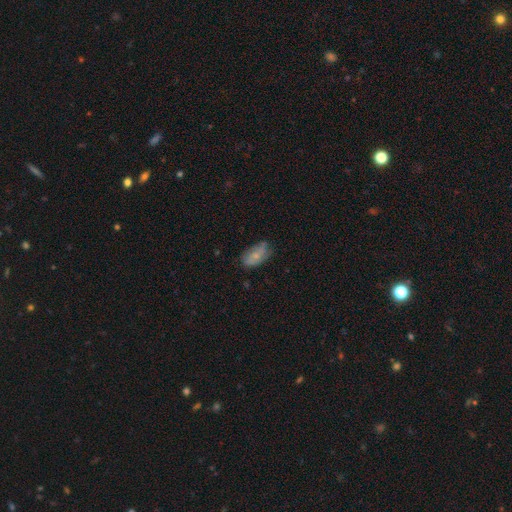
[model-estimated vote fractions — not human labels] Smooth or featured? Predicted: smooth (p=0.65). How rounded? Predicted: in between (p=0.92). Merging? Predicted: none (p=0.63).